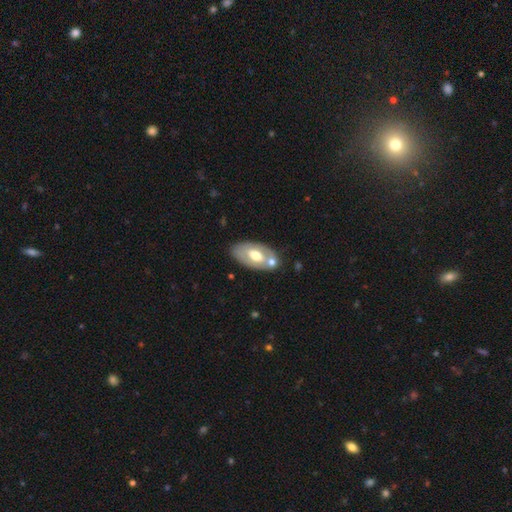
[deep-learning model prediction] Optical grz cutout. It shows a featured or disk galaxy (50%). Merging: none (65%).